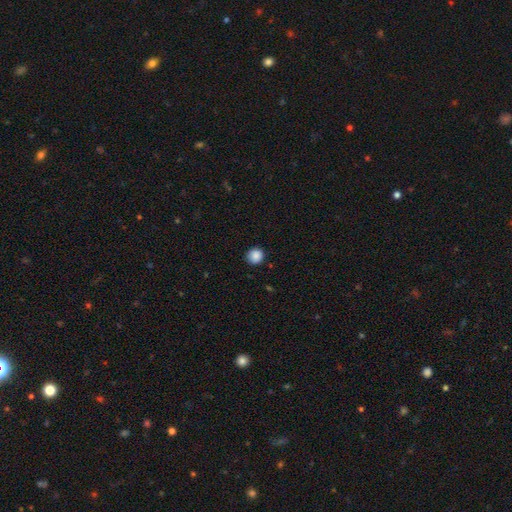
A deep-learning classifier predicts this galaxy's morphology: Smooth or featured: smooth — 88% (star or artifact — 9%)
How rounded: round — 91% (in between — 8%)
Merging: none — 89% (minor disturbance — 8%)